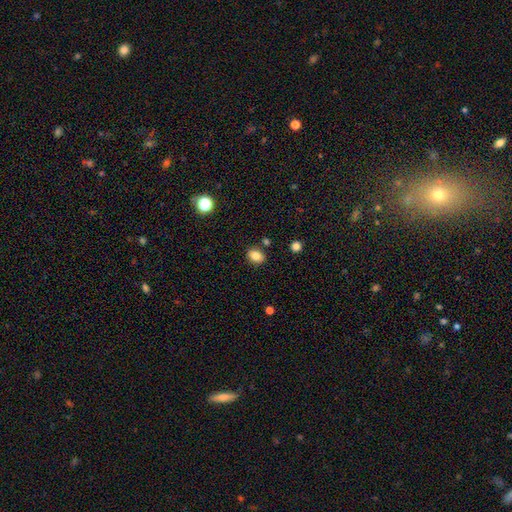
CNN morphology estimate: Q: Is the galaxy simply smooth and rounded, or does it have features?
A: smooth — 83%.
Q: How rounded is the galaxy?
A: in between — 60%.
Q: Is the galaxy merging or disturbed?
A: none — 84%.